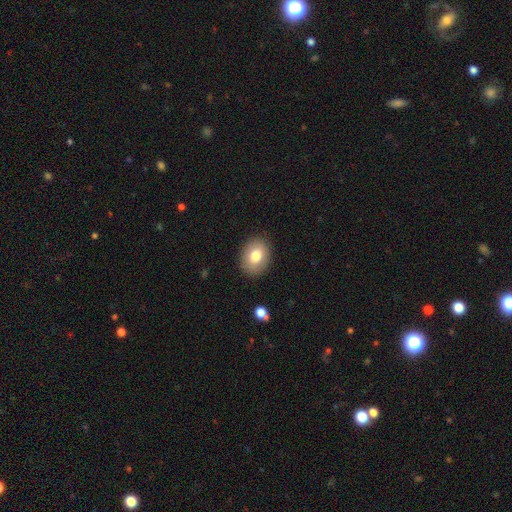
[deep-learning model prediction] smooth_or_featured: smooth (p=0.78) [alt: featured or disk p=0.14]
how_rounded: in between (p=0.62) [alt: round p=0.37]
merging: none (p=0.88) [alt: minor disturbance p=0.08]